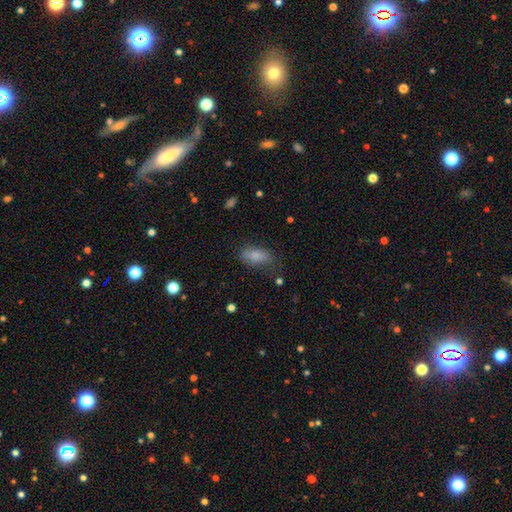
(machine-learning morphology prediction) smooth 81%, featured or disk 11%, star or artifact 8%. Down the decision tree: how rounded — in between (87%); merging — none (64%).